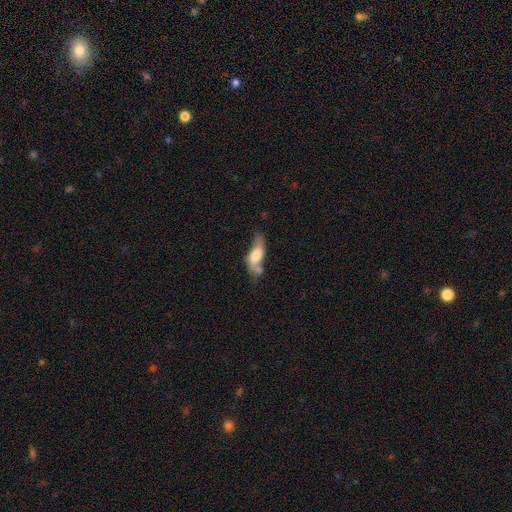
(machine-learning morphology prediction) Smooth or featured: smooth — 55% (featured or disk — 37%)
How rounded: in between — 70% (cigar-shaped — 26%)
Merging: none — 32% (minor disturbance — 27%)